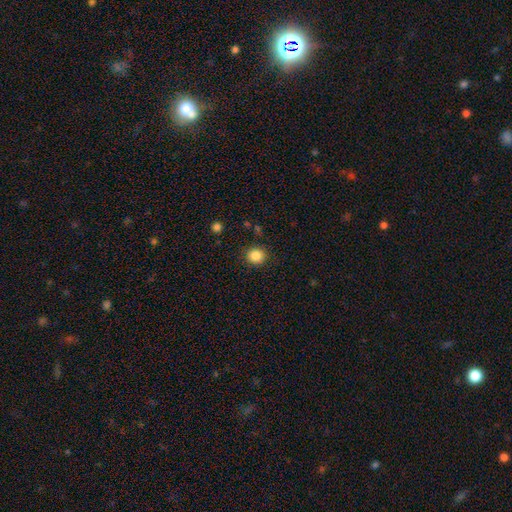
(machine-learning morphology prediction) smooth_or_featured: smooth (p=0.85) [alt: star or artifact p=0.11]
how_rounded: round (p=0.88) [alt: in between p=0.11]
merging: none (p=0.89) [alt: minor disturbance p=0.07]